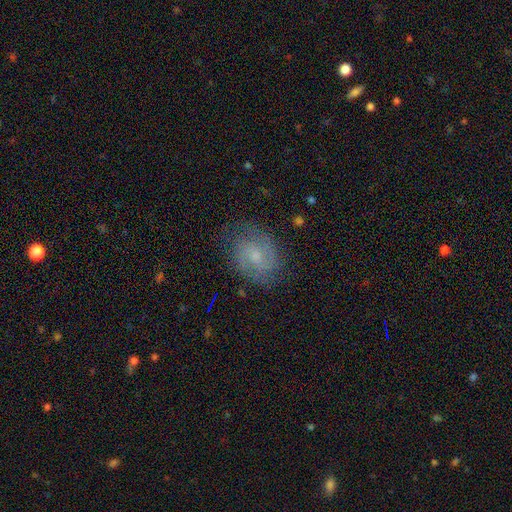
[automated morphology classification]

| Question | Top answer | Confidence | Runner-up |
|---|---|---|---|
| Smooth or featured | featured or disk | 69% | smooth (23%) |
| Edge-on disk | no | 97% | yes (3%) |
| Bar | weak | 48% | no (45%) |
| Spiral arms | yes | 92% | no (8%) |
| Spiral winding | medium | 47% | tight (38%) |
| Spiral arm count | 2 | 77% | can't tell (13%) |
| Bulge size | small | 47% | moderate (39%) |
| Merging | none | 76% | minor disturbance (17%) |